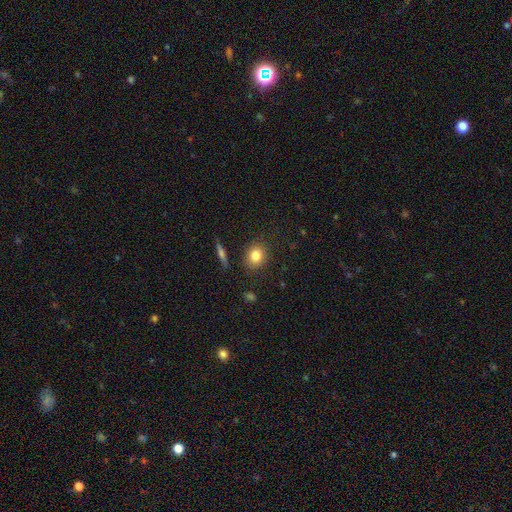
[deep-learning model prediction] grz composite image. It shows a smooth galaxy with no disk features (82%) that is round (58%). Merging: none (85%).